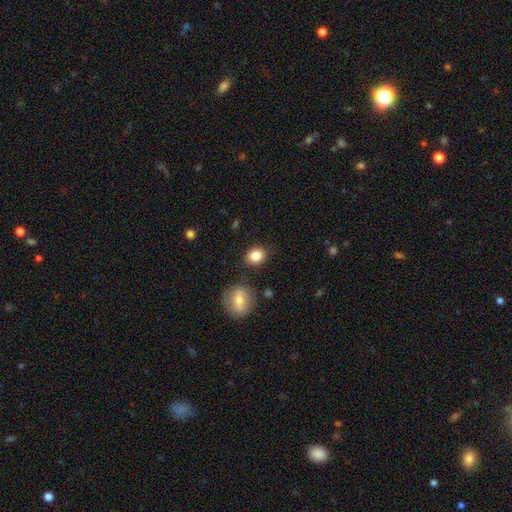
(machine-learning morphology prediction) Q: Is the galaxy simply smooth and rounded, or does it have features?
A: smooth — 84%.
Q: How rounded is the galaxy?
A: round — 55%.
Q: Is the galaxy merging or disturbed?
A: none — 84%.